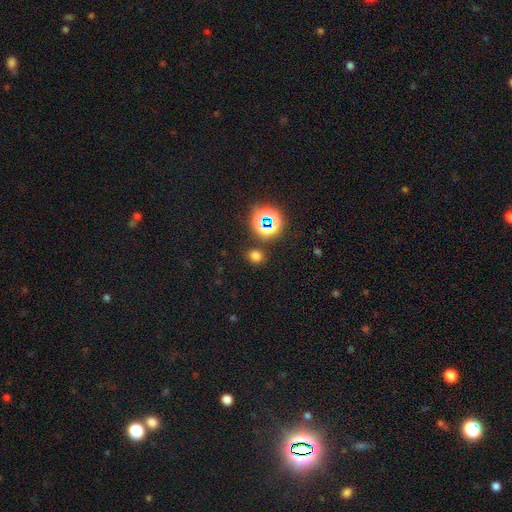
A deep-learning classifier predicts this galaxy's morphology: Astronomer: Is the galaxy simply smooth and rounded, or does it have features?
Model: smooth — 68%.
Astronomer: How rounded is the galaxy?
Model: round — 73%.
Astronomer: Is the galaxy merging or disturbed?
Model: none — 84%.